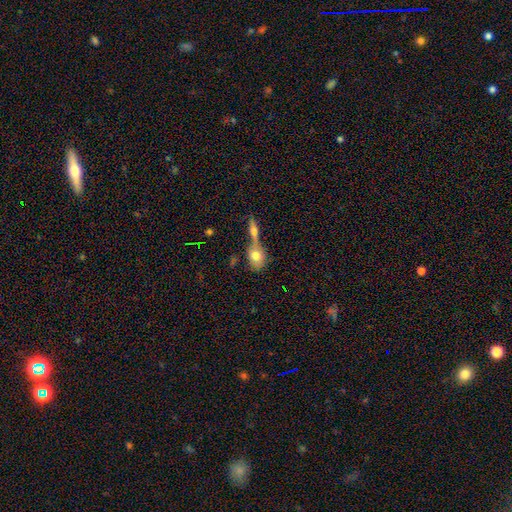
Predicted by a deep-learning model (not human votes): smooth_or_featured: smooth (p=0.70) [alt: featured or disk p=0.22]
how_rounded: in between (p=0.51) [alt: round p=0.44]
merging: merger (p=0.55) [alt: none p=0.31]